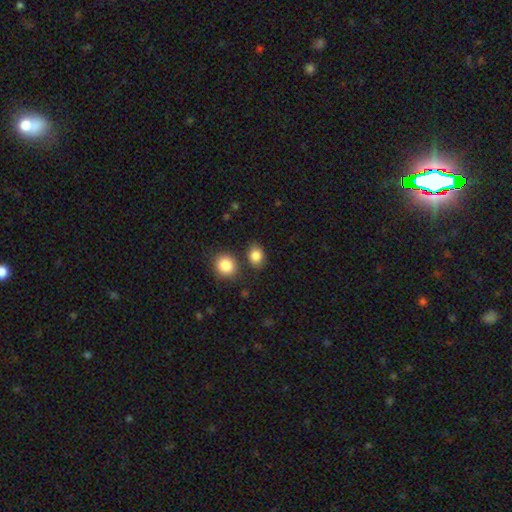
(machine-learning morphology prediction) Smooth or featured? Predicted: smooth (p=0.85). How rounded? Predicted: in between (p=0.55). Merging? Predicted: none (p=0.75).